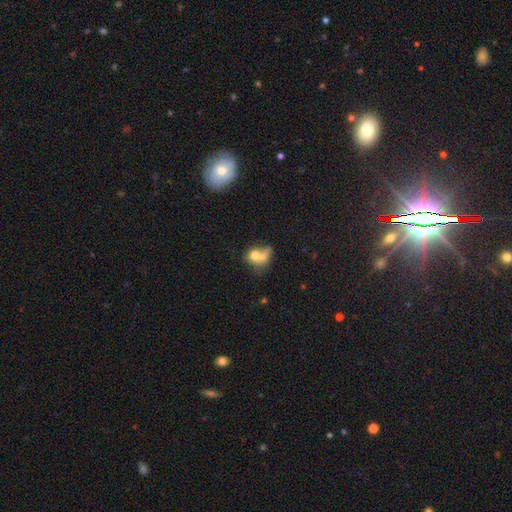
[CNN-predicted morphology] This is likely a smooth galaxy (67%). How rounded: possibly round (57%). Merging: likely merger (63%).